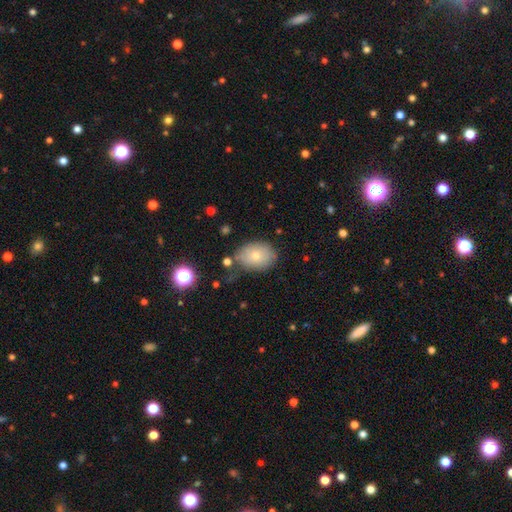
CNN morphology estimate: type=smooth (74%); roundness=in between (73%); merging=none (69%).